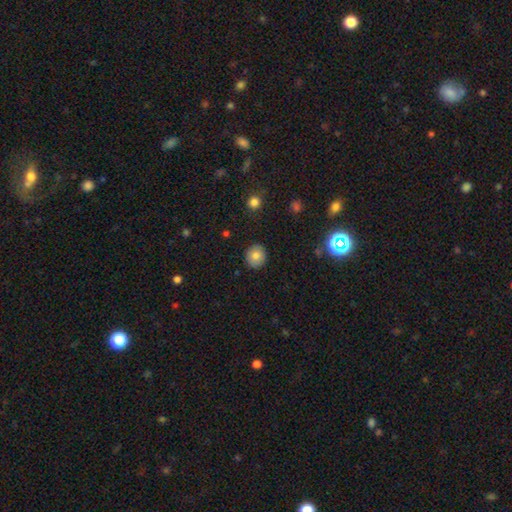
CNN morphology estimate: Smooth or featured?
  - smooth: 80% *
  - featured or disk: 11%
  - star or artifact: 10%
How rounded?
  - round: 87% *
  - in between: 12%
  - cigar-shaped: 1%
Merging?
  - none: 90% *
  - minor disturbance: 7%
  - major disturbance: 2%
  - merger: 1%